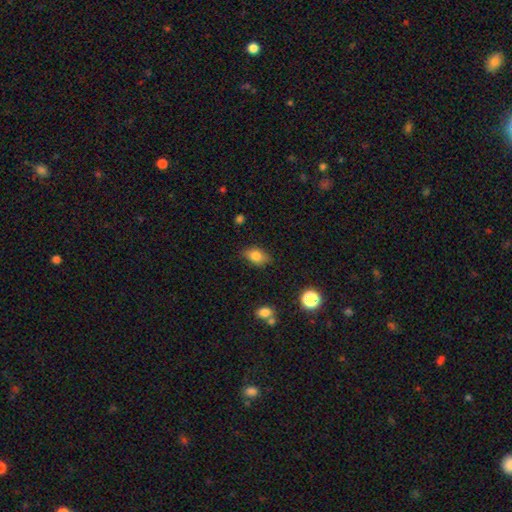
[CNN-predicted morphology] smooth_or_featured: smooth (p=0.78) [alt: featured or disk p=0.13]
how_rounded: in between (p=0.82) [alt: round p=0.15]
merging: none (p=0.80) [alt: minor disturbance p=0.16]